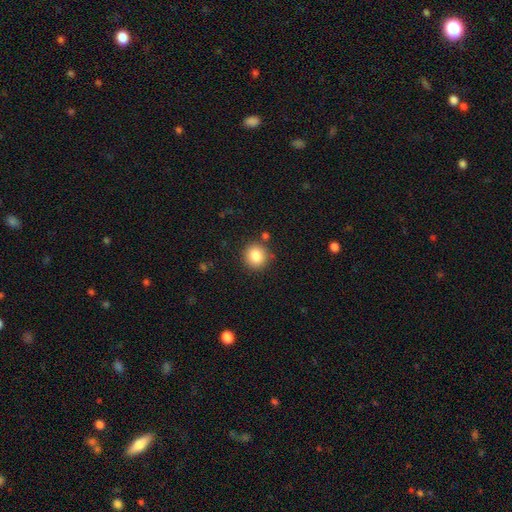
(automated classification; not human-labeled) Morphology: type=smooth (84%); roundness=round (90%); merging=none (86%).